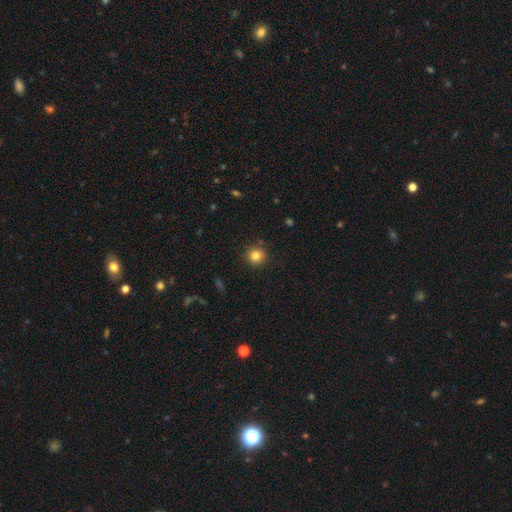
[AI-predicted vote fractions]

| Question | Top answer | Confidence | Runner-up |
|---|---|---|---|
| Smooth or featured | smooth | 82% | star or artifact (12%) |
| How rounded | round | 94% | in between (5%) |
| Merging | none | 89% | minor disturbance (7%) |